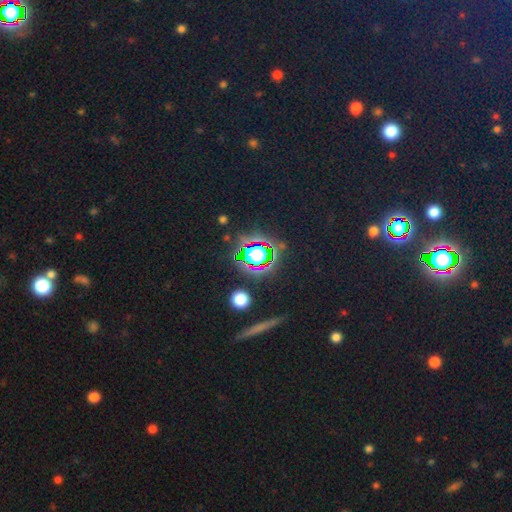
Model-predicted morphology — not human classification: The model was most divided on "smooth or featured": star or artifact: 69%, smooth: 19%, featured or disk: 11%.